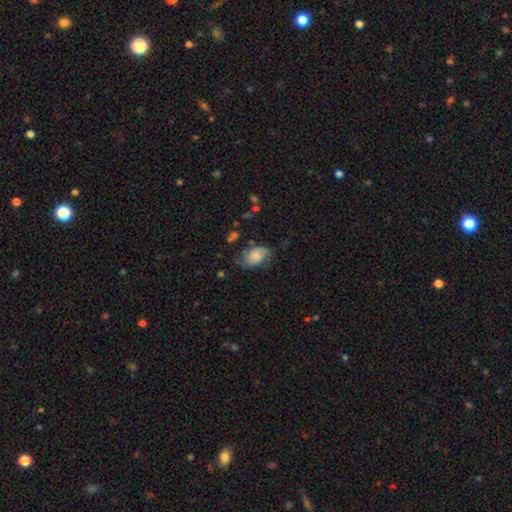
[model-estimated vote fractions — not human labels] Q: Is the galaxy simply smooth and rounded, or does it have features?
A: smooth — 60%.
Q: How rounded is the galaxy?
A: in between — 82%.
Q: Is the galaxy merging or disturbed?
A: none — 54%.